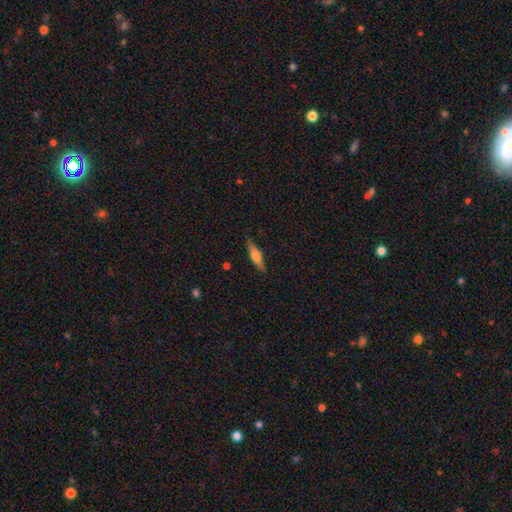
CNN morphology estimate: Smooth or featured: smooth — 49% (featured or disk — 45%)
Merging: none — 86% (minor disturbance — 11%)